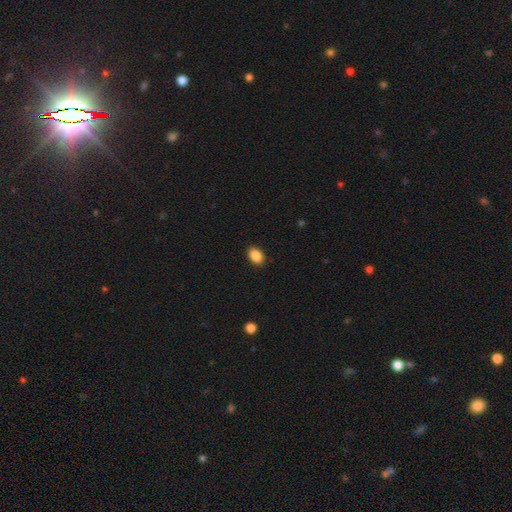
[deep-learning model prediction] smooth_or_featured: smooth (p=0.89) [alt: star or artifact p=0.08]
how_rounded: in between (p=0.85) [alt: round p=0.14]
merging: none (p=0.90) [alt: minor disturbance p=0.07]